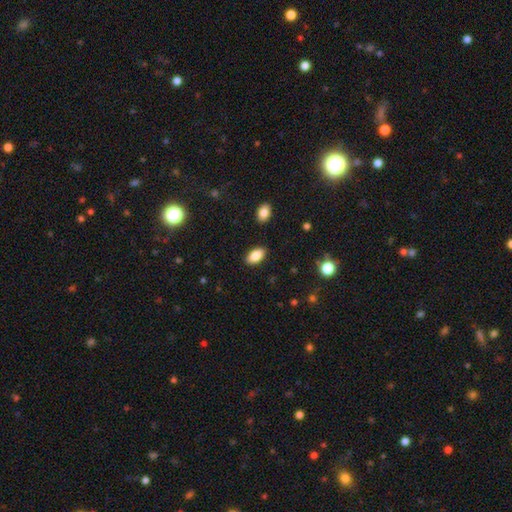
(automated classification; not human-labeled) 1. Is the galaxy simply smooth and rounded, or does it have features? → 85% smooth, 8% star or artifact, 7% featured or disk.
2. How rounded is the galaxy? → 92% in between, 5% cigar-shaped, 3% round.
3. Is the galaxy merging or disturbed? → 88% none, 8% minor disturbance, 2% major disturbance, 1% merger.